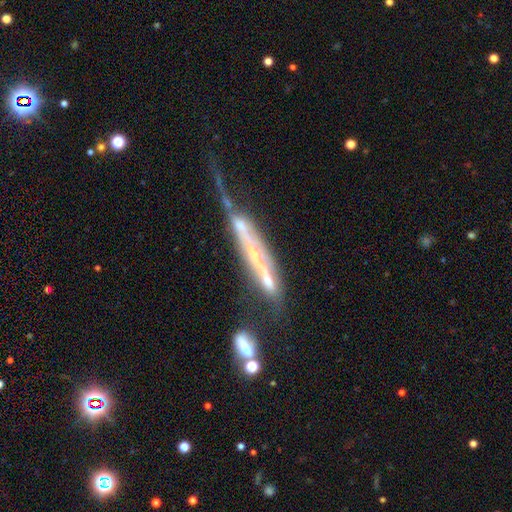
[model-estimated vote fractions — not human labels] featured or disk 70%, smooth 19%, star or artifact 11%. Down the decision tree: edge-on disk — yes (75%); edge-on bulge — none (66%); merging — major disturbance (31%).